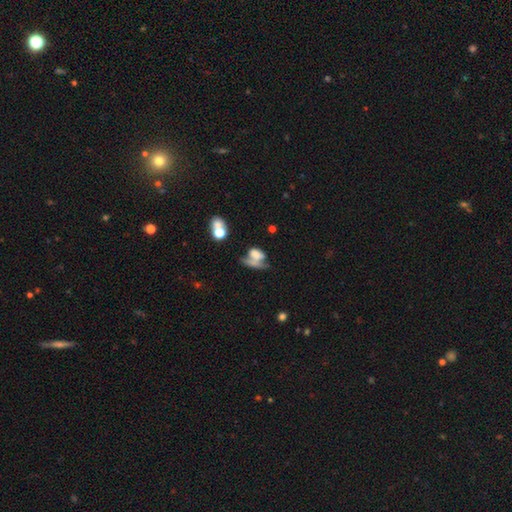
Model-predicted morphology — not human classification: smooth_or_featured: smooth (p=0.59) [alt: featured or disk p=0.27]
how_rounded: in between (p=0.70) [alt: round p=0.21]
merging: merger (p=0.41) [alt: none p=0.23]